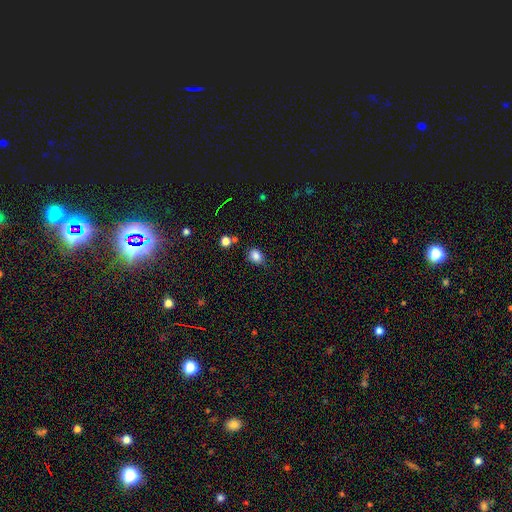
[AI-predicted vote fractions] smooth_or_featured: smooth (p=0.83) [alt: star or artifact p=0.12]
how_rounded: in between (p=0.59) [alt: round p=0.39]
merging: none (p=0.75) [alt: minor disturbance p=0.18]